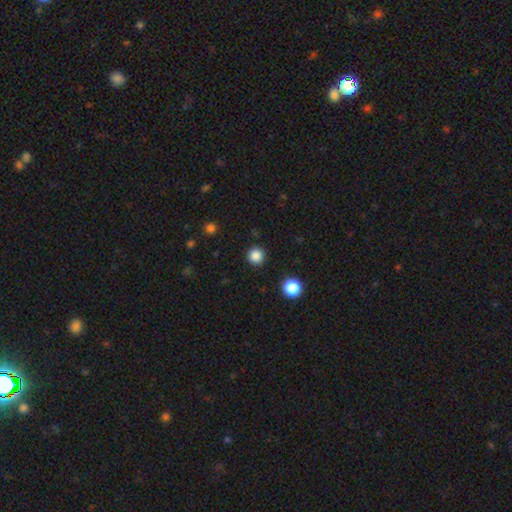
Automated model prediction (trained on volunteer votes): Overall: smooth (85%). How rounded: round (96%). Merging: none (92%).